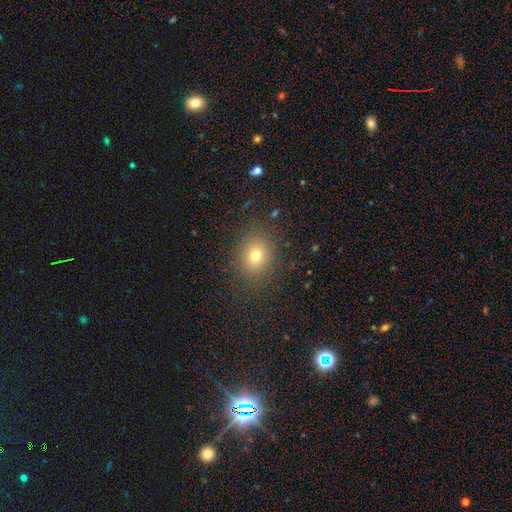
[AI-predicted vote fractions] Q: Smooth or featured?
A: smooth (73%); runner-up: star or artifact (16%)
Q: How rounded?
A: round (66%); runner-up: in between (33%)
Q: Merging?
A: none (85%); runner-up: minor disturbance (9%)